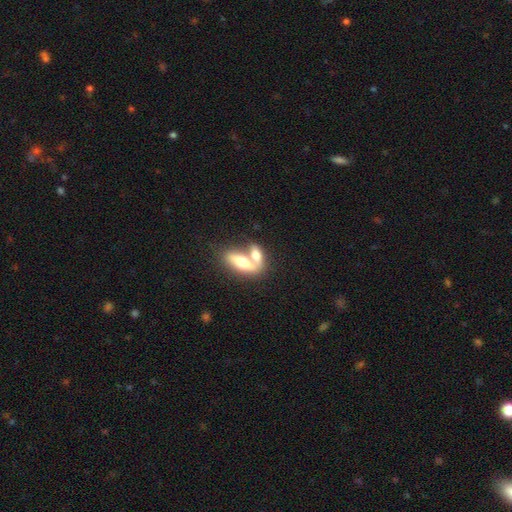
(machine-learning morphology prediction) This is likely a smooth galaxy (61%). How rounded: likely in between (71%). Merging: likely merger (66%).